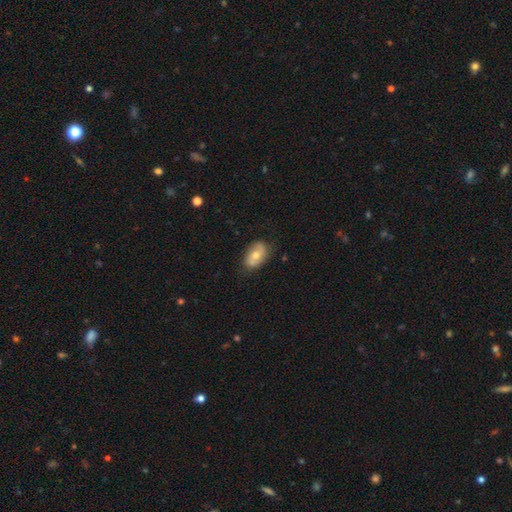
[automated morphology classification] type=smooth (57%); roundness=in between (89%); merging=none (75%).